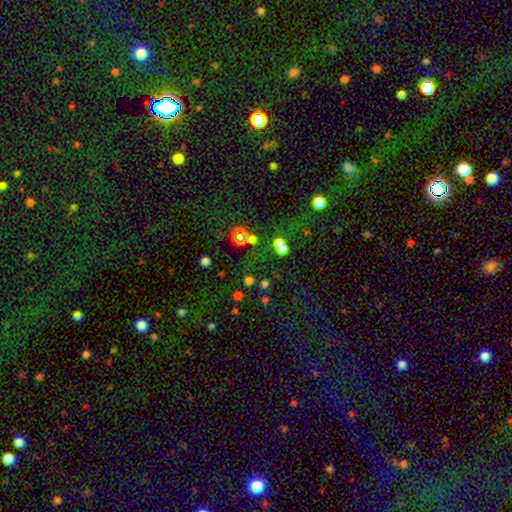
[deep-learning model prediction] A star or artifact, not a galaxy (65%).

Vote fractions:
- Smooth or featured? star or artifact: 65% / smooth: 25% / featured or disk: 10%